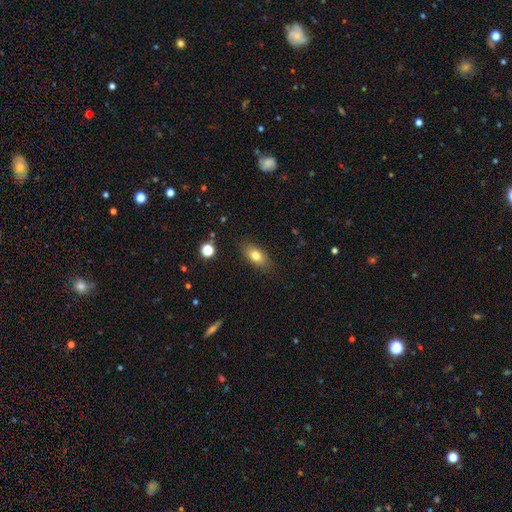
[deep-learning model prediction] Smooth or featured: smooth — 78% (featured or disk — 12%)
How rounded: in between — 84% (round — 9%)
Merging: none — 85% (minor disturbance — 11%)